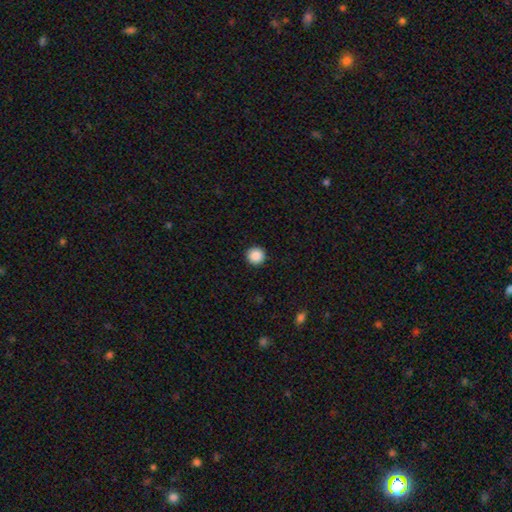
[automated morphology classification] type=smooth (88%); roundness=round (96%); merging=none (93%).